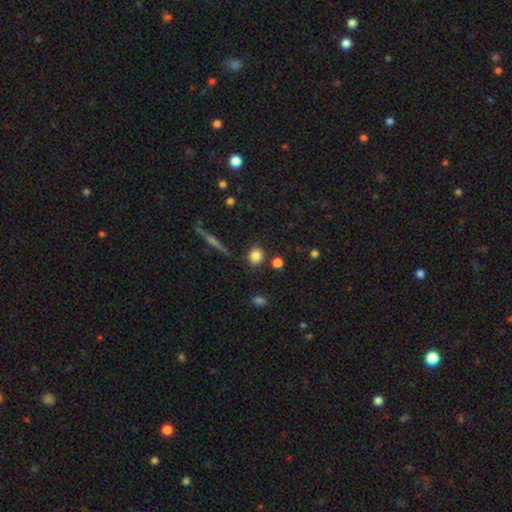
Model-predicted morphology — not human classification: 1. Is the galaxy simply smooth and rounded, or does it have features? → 84% smooth, 10% star or artifact, 6% featured or disk.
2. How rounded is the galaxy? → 68% round, 29% in between, 3% cigar-shaped.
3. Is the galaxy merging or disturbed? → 83% none, 9% minor disturbance, 5% merger, 3% major disturbance.